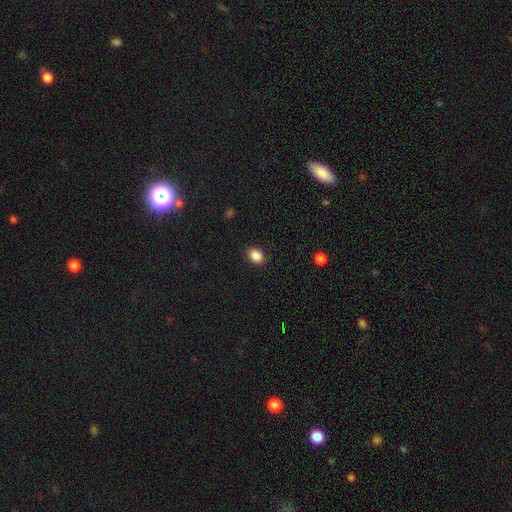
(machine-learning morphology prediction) smooth_or_featured: smooth (p=0.87) [alt: star or artifact p=0.09]
how_rounded: in between (p=0.67) [alt: round p=0.32]
merging: none (p=0.88) [alt: minor disturbance p=0.09]